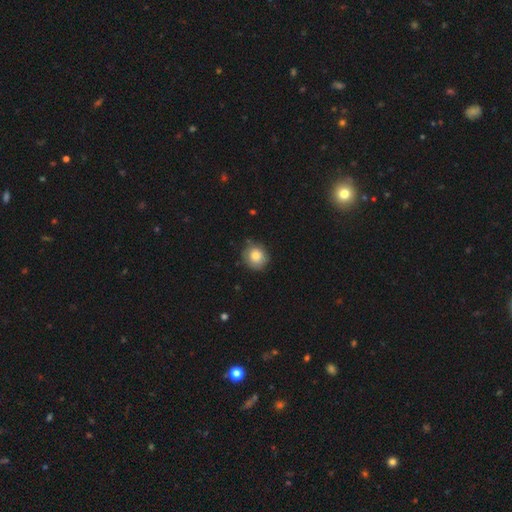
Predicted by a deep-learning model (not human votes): Smooth or featured: smooth — 81% (featured or disk — 11%)
How rounded: round — 84% (in between — 15%)
Merging: none — 79% (minor disturbance — 17%)